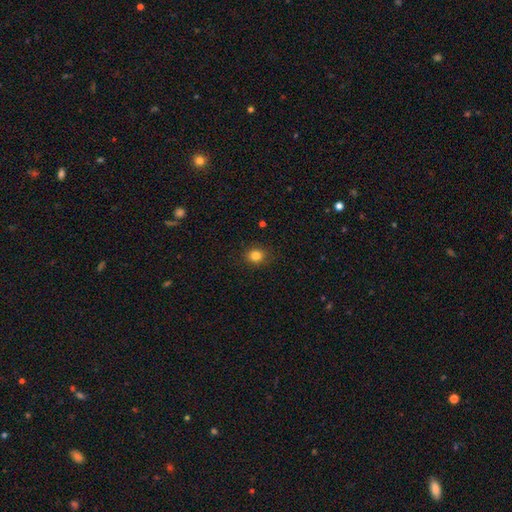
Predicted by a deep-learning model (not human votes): smooth-or-featured: smooth: 83% | star or artifact: 12% | featured or disk: 5%
  how-rounded: round: 76% | in between: 23% | cigar-shaped: 1%
  merging: none: 89% | minor disturbance: 8% | major disturbance: 2% | merger: 1%